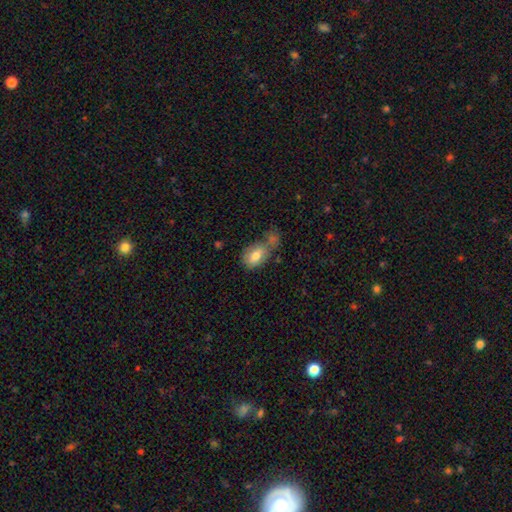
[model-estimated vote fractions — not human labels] Smooth or featured: smooth — 77% (featured or disk — 15%)
How rounded: in between — 84% (round — 14%)
Merging: none — 39% (merger — 32%)